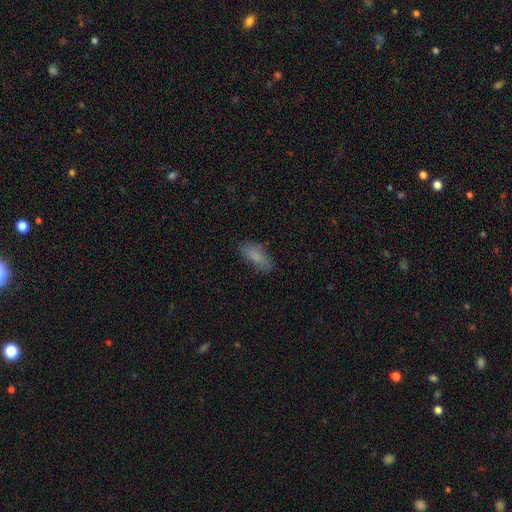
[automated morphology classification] Smooth or featured: smooth — 82% (featured or disk — 11%)
How rounded: in between — 75% (cigar-shaped — 23%)
Merging: none — 78% (minor disturbance — 16%)